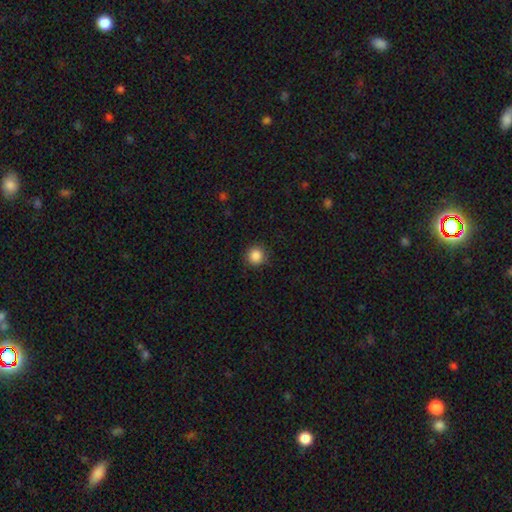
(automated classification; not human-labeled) The model was most divided on "smooth or featured": smooth: 86%, star or artifact: 10%, featured or disk: 3%. More confident: how rounded — round (94%); merging — none (89%).